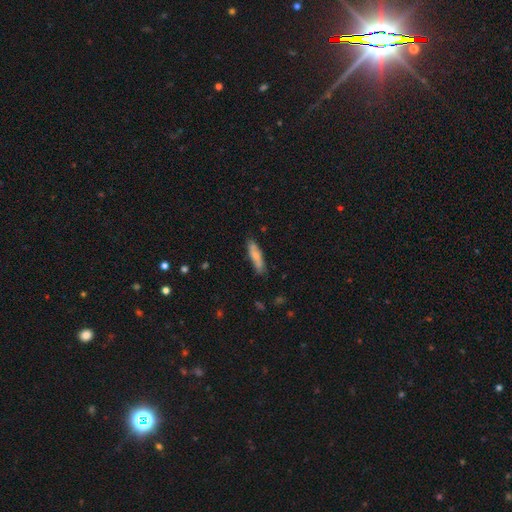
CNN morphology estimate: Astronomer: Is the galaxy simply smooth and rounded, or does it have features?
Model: smooth — 68%.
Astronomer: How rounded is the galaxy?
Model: cigar-shaped — 73%.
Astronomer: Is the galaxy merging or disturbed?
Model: none — 75%.